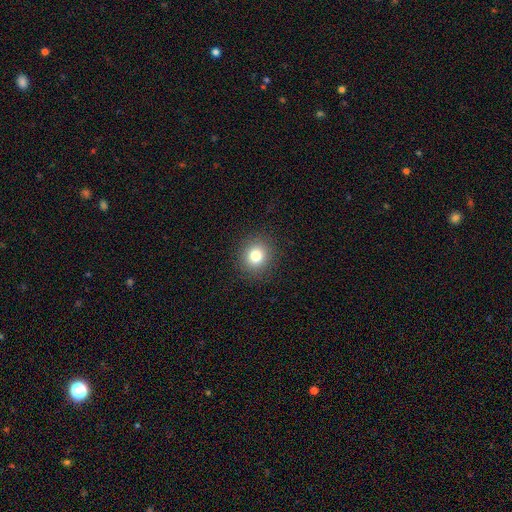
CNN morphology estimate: type=smooth (80%); roundness=round (84%); merging=none (89%).